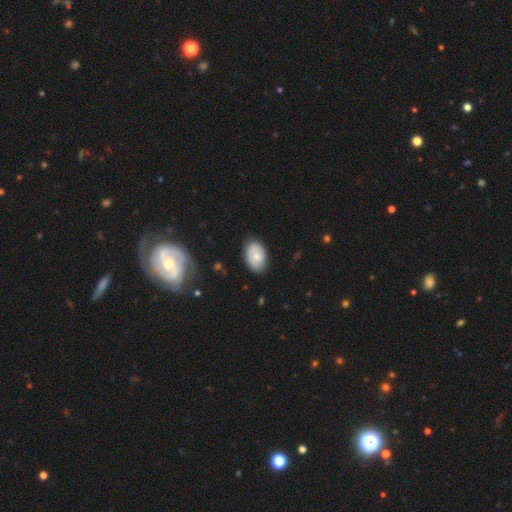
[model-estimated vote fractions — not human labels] Overall: smooth (79%). How rounded: in between (87%). Merging: none (82%).